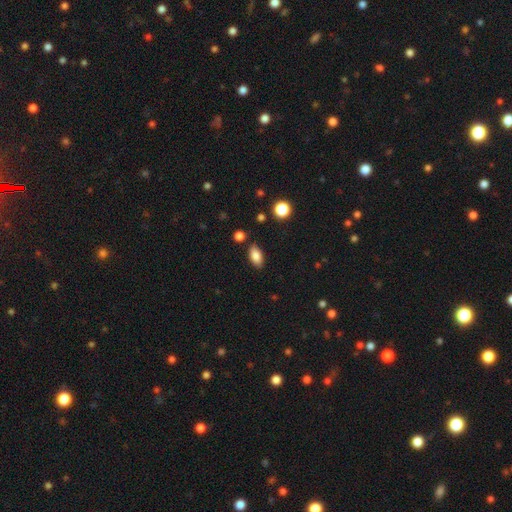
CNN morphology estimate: Overall: smooth (84%). How rounded: in between (90%). Merging: none (84%).